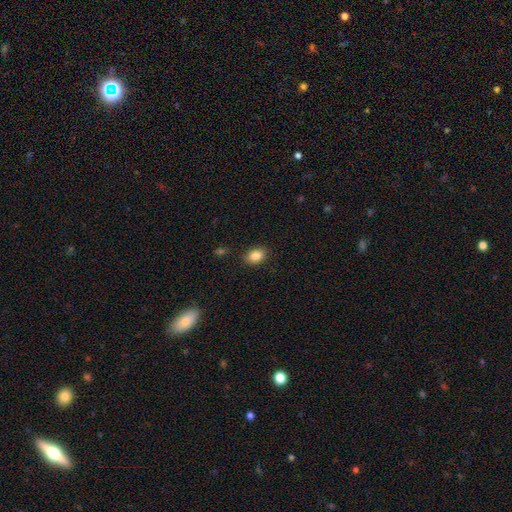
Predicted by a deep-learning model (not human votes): Smooth or featured? smooth (86%)
How rounded? in between (79%)
Merging? none (86%)